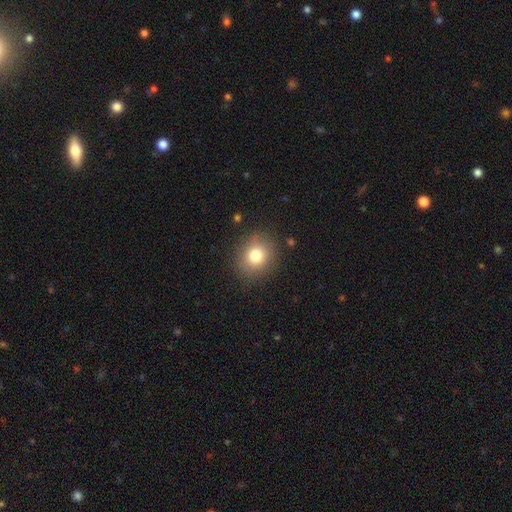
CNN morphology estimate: Smooth or featured? Predicted: smooth (p=0.79). How rounded? Predicted: round (p=0.75). Merging? Predicted: none (p=0.86).